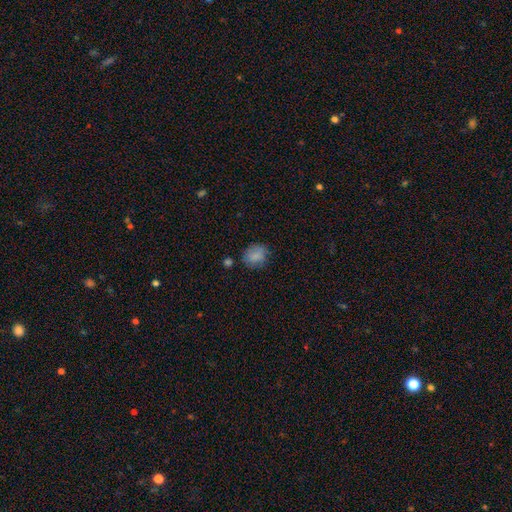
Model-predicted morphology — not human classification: A smooth galaxy with no disk features (83%) that is round (60%). Merging: none (70%).